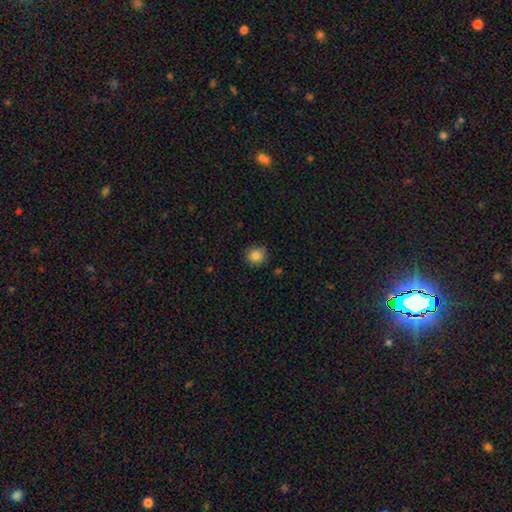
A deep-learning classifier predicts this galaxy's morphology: A smooth galaxy with no disk features (86%) that is round (87%).

Vote fractions:
- Smooth or featured? smooth: 86% / star or artifact: 10% / featured or disk: 4%
- How rounded? round: 87% / in between: 12% / cigar-shaped: 1%
- Merging? none: 85% / minor disturbance: 11% / major disturbance: 2% / merger: 1%